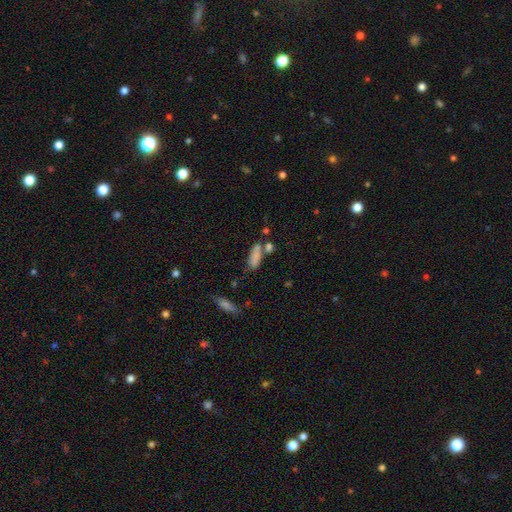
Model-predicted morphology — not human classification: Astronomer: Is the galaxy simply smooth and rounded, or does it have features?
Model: smooth — 78%.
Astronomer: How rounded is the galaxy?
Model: in between — 61% (runner-up: cigar-shaped, 36%).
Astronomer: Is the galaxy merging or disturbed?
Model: none — 49% (runner-up: merger, 26%).